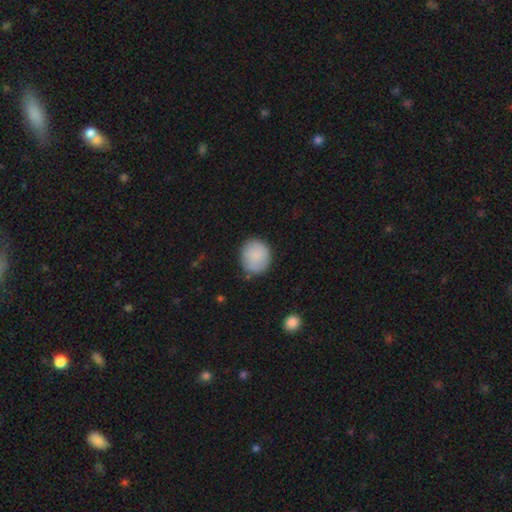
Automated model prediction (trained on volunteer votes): Q: Smooth or featured?
A: smooth (86%); runner-up: featured or disk (8%)
Q: How rounded?
A: round (84%); runner-up: in between (15%)
Q: Merging?
A: none (78%); runner-up: minor disturbance (17%)